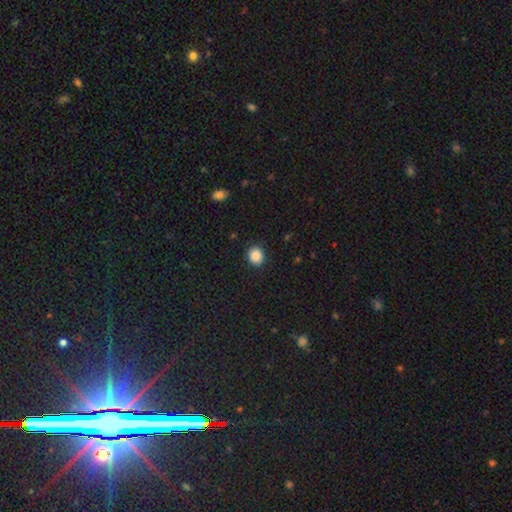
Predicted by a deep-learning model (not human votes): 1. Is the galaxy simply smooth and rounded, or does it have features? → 88% smooth, 9% star or artifact, 3% featured or disk.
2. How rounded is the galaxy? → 76% round, 23% in between, 1% cigar-shaped.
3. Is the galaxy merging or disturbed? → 91% none, 6% minor disturbance, 2% major disturbance, 1% merger.